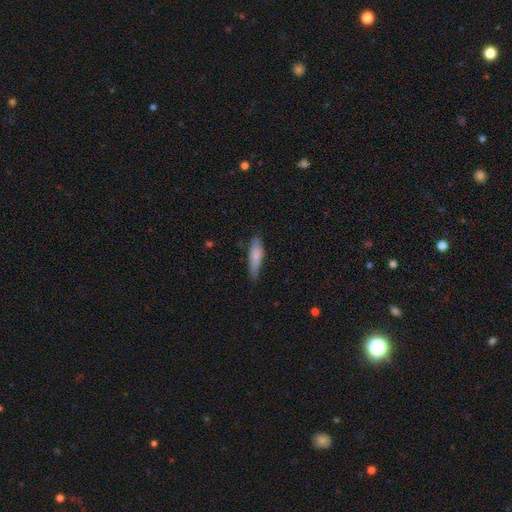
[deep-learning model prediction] smooth_or_featured: smooth (p=0.78) [alt: featured or disk p=0.17]
how_rounded: cigar-shaped (p=0.71) [alt: in between p=0.27]
merging: none (p=0.73) [alt: minor disturbance p=0.22]